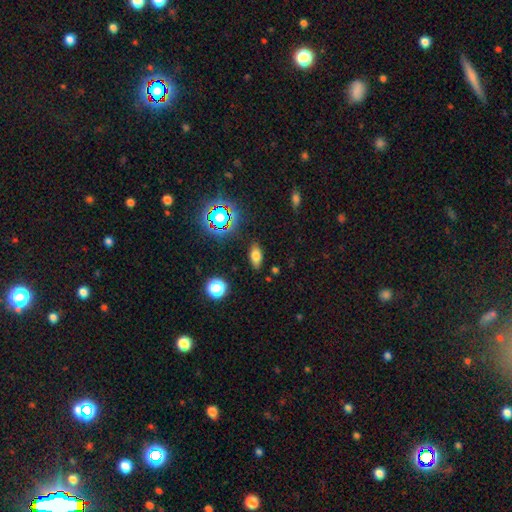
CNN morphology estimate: Smooth or featured: smooth — 71% (star or artifact — 17%)
How rounded: in between — 83% (cigar-shaped — 10%)
Merging: none — 85% (minor disturbance — 10%)